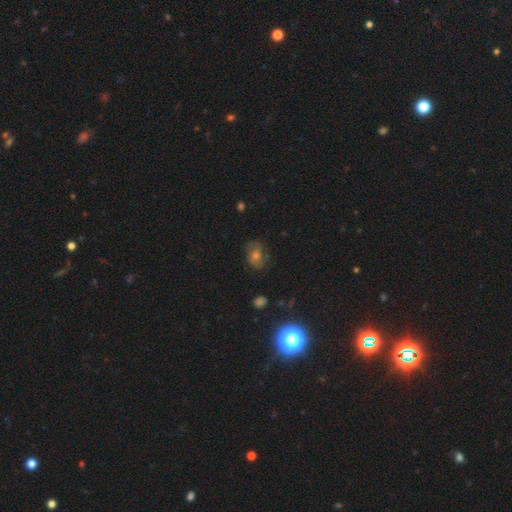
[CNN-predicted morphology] A smooth galaxy with no disk features (39%). Merging: none (76%).